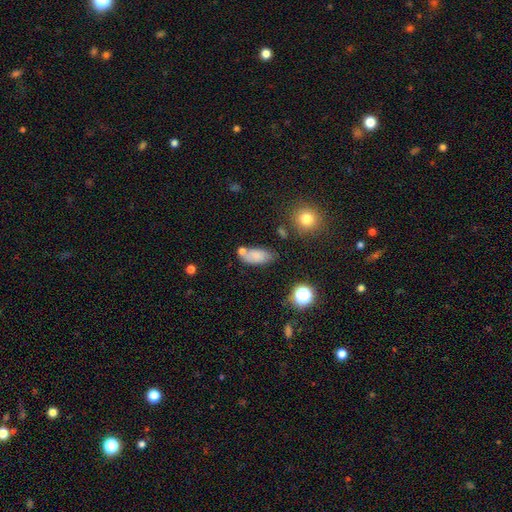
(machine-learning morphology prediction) Smooth or featured: smooth — 77% (featured or disk — 12%)
How rounded: in between — 87% (cigar-shaped — 8%)
Merging: none — 58% (minor disturbance — 19%)